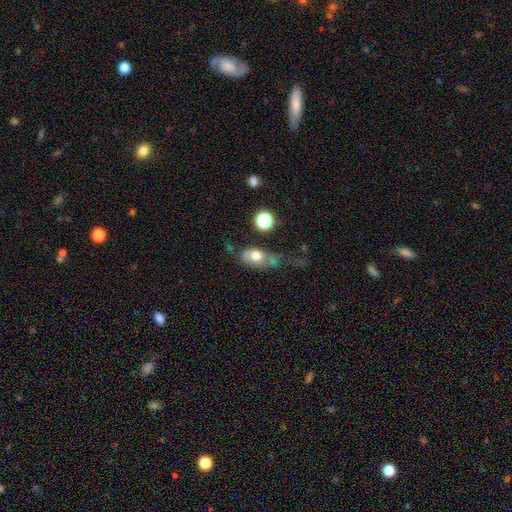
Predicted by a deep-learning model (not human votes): smooth 64%, featured or disk 25%, star or artifact 11%. Down the decision tree: how rounded — in between (75%); merging — none (30%).